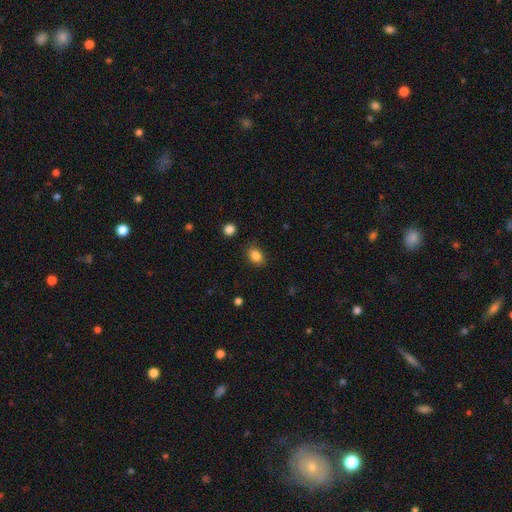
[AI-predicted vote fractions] Overall: smooth (85%). How rounded: in between (75%). Merging: none (84%).